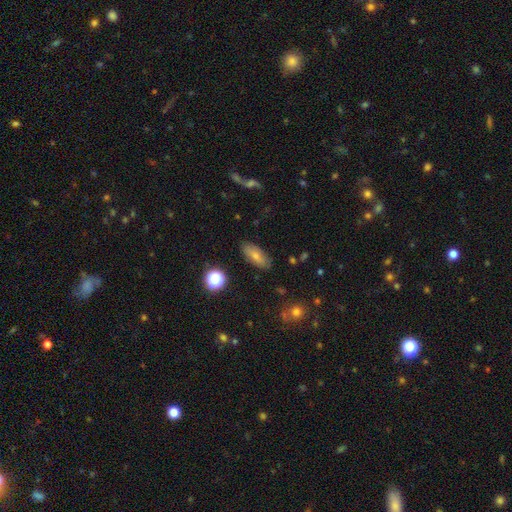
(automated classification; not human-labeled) This appears to be a smooth galaxy with no disk features (70%) that is in between round and cigar-shaped (80%). Merging: none (85%).